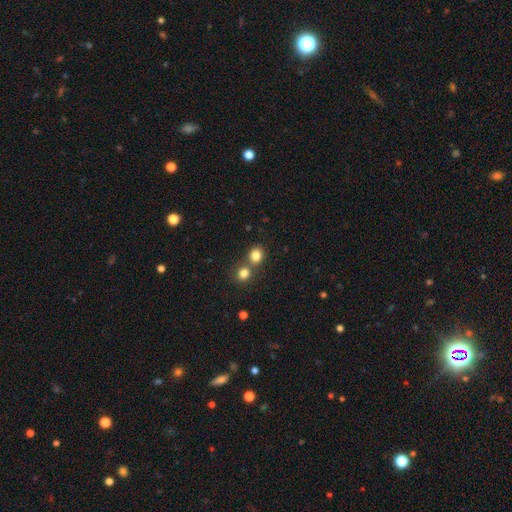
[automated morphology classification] type=smooth (82%); roundness=round (78%); merging=none (57%).